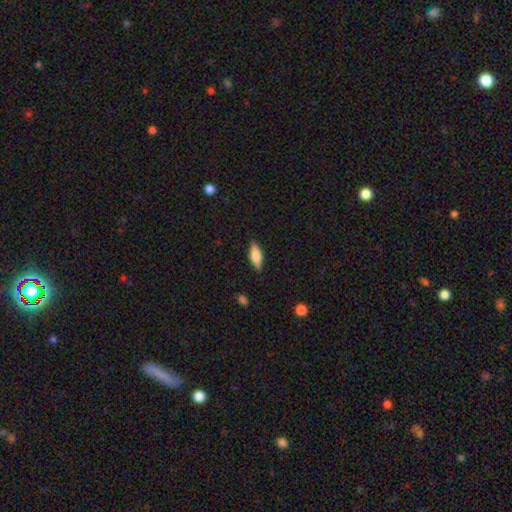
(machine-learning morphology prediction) smooth_or_featured: smooth (p=0.70) [alt: featured or disk p=0.24]
how_rounded: in between (p=0.66) [alt: cigar-shaped p=0.32]
merging: none (p=0.86) [alt: minor disturbance p=0.11]